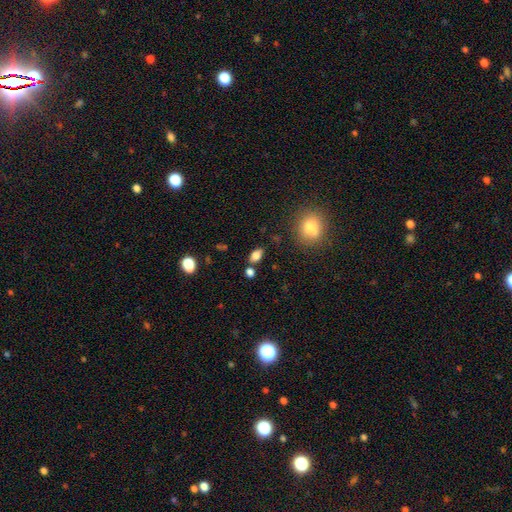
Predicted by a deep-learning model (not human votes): Smooth or featured? smooth (79%)
How rounded? in between (85%)
Merging? none (75%)